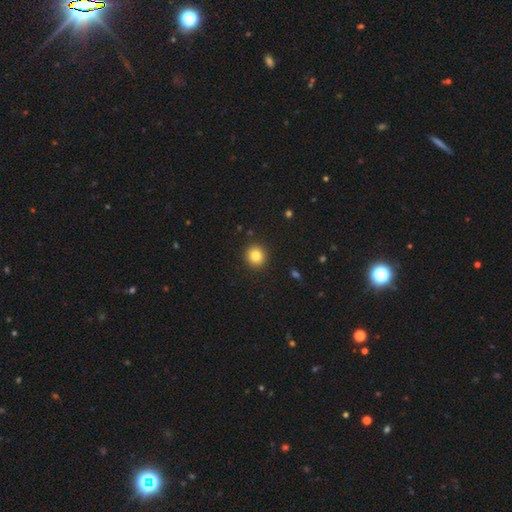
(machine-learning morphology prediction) Overall: smooth (83%). How rounded: round (91%). Merging: none (92%).